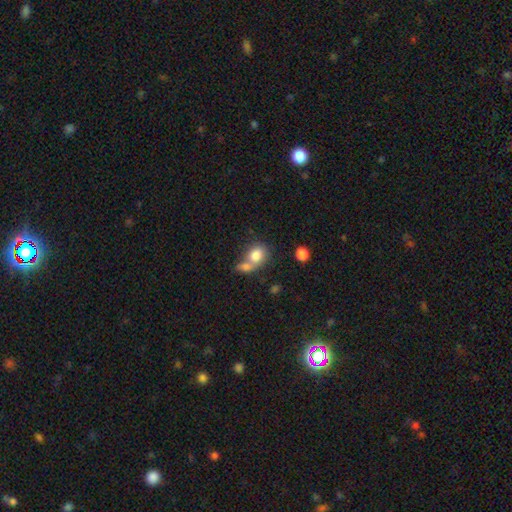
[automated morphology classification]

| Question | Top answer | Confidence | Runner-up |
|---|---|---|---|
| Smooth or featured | smooth | 79% | featured or disk (13%) |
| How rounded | in between | 50% | round (48%) |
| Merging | merger | 56% | none (29%) |